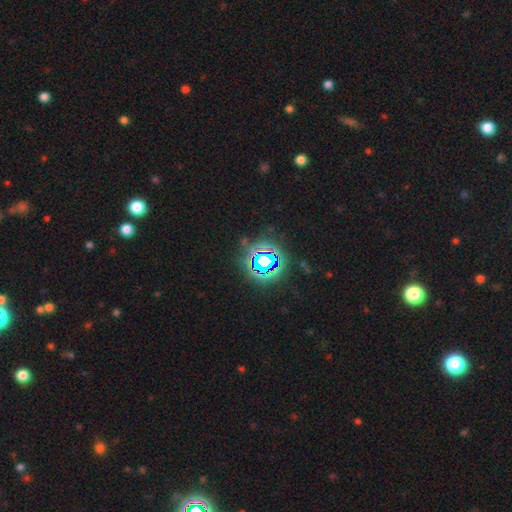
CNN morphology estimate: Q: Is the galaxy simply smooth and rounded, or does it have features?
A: star or artifact — 82%.